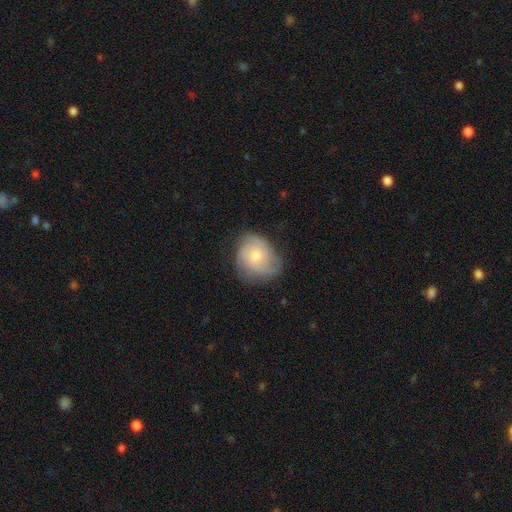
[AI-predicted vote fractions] Morphology: type=featured or disk (62%); edge-on=no (97%); bar=no (74%); spiral arms=yes (90%); winding=tight (49%); arm count=3 (36%); bulge=moderate (52%); merging=none (64%).